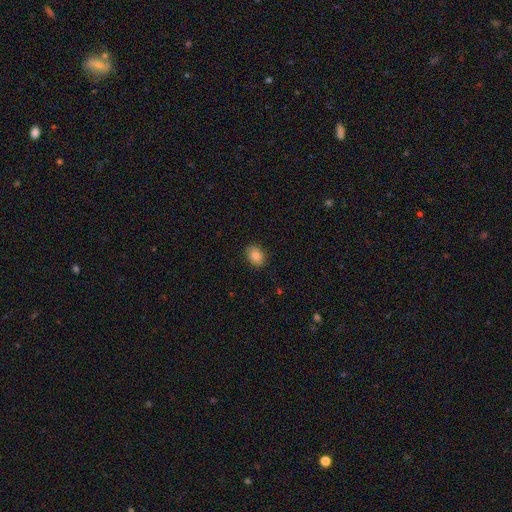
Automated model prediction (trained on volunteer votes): Q: Smooth or featured?
A: smooth (80%); runner-up: featured or disk (11%)
Q: How rounded?
A: in between (61%); runner-up: round (38%)
Q: Merging?
A: none (88%); runner-up: minor disturbance (9%)